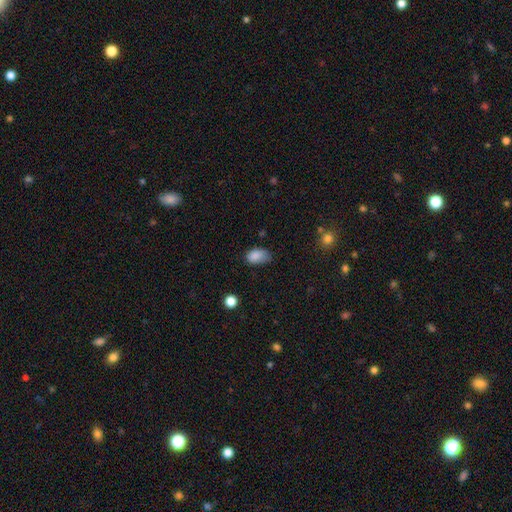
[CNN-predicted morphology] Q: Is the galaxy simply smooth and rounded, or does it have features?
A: smooth — 85%.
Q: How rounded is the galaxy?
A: in between — 88%.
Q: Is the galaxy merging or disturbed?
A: none — 48%.